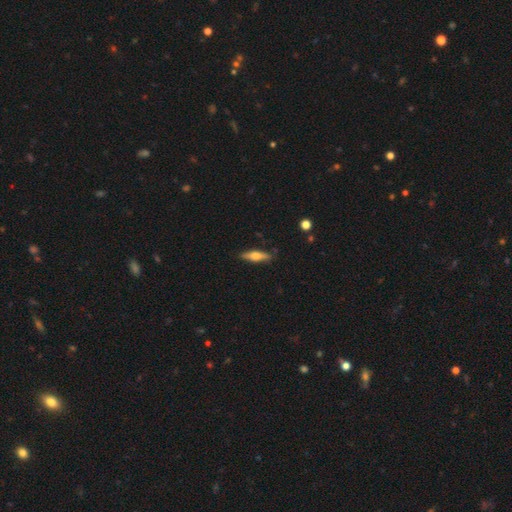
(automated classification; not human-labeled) Overall: featured or disk (49%; smooth 45%). Merging: none (86%).